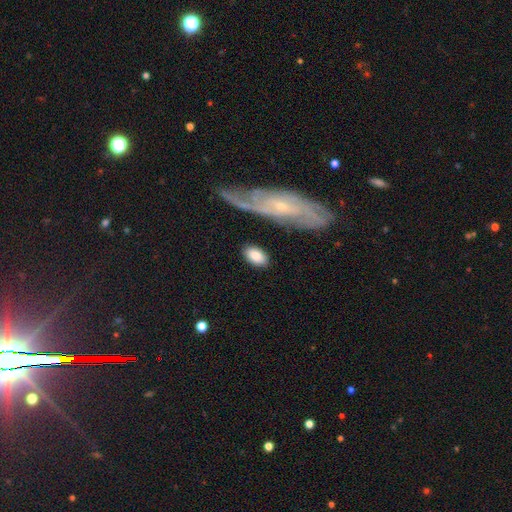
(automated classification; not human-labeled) The model was most divided on "merging": none: 78%, minor disturbance: 13%, major disturbance: 5%, merger: 5%. More confident: how rounded — in between (92%); smooth or featured — smooth (80%).